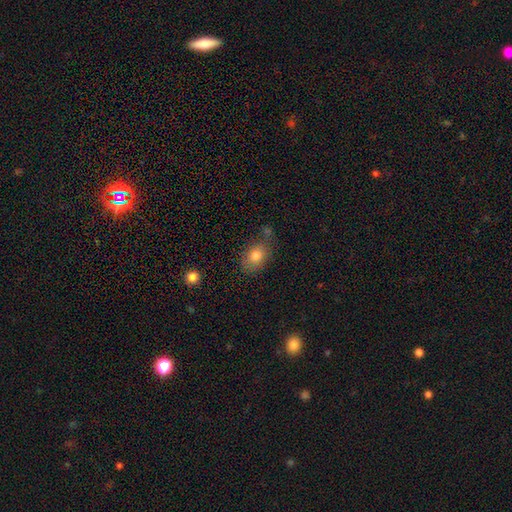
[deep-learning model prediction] Q: Smooth or featured?
A: smooth (79%); runner-up: featured or disk (12%)
Q: How rounded?
A: in between (76%); runner-up: round (23%)
Q: Merging?
A: none (65%); runner-up: minor disturbance (20%)